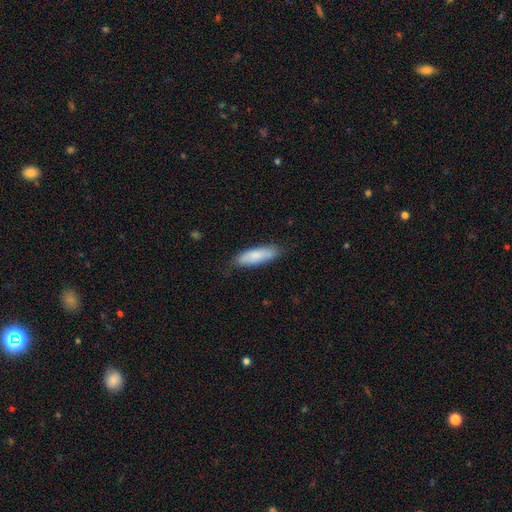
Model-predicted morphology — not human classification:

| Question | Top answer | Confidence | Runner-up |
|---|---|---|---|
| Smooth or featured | smooth | 82% | featured or disk (13%) |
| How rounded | in between | 50% | cigar-shaped (49%) |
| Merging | none | 80% | minor disturbance (16%) |